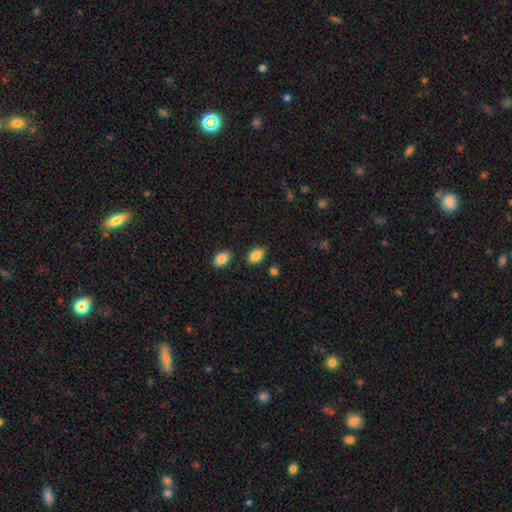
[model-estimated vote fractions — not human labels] A smooth galaxy with no disk features (85%) that is in between round and cigar-shaped (89%).

Vote fractions:
- Smooth or featured? smooth: 85% / star or artifact: 8% / featured or disk: 7%
- How rounded? in between: 89% / round: 9% / cigar-shaped: 1%
- Merging? none: 82% / minor disturbance: 11% / merger: 4% / major disturbance: 3%